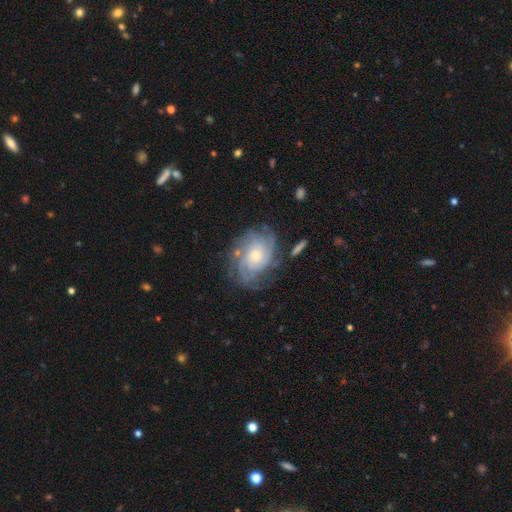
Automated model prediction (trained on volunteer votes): The model was most divided on "spiral arm count": can't tell: 38%, 4: 20%, 3: 15%, 2: 11%, more than 4: 10%, 1: 6%. More confident: edge-on disk — no (97%); spiral arms — yes (93%); smooth or featured — featured or disk (81%); bar — no (79%); merging — none (67%); spiral winding — tight (64%); bulge size — small (62%).